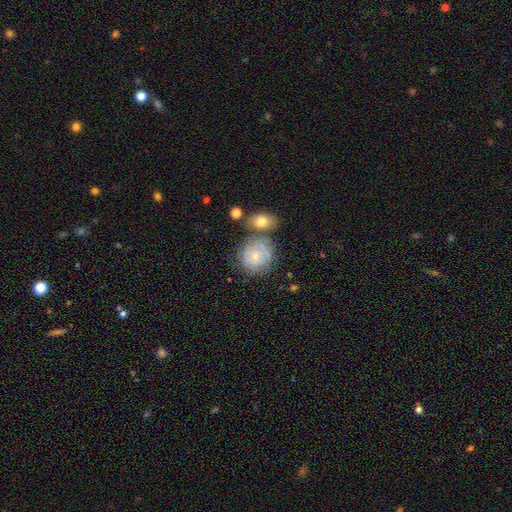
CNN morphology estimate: Smooth or featured? Predicted: smooth (p=0.58). How rounded? Predicted: round (p=0.82). Merging? Predicted: none (p=0.56).